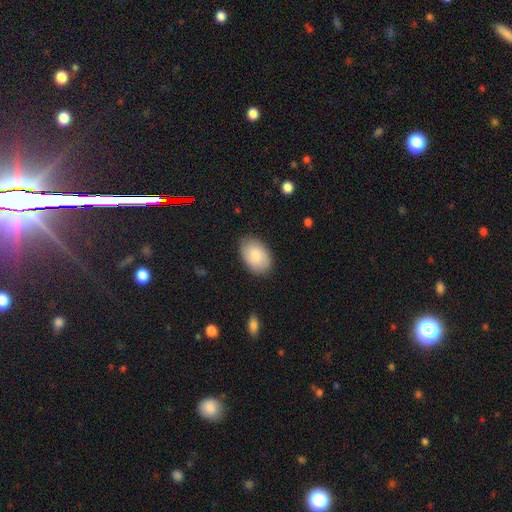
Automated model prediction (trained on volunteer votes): Smooth or featured: smooth — 78% (featured or disk — 16%)
How rounded: in between — 88% (round — 11%)
Merging: none — 82% (minor disturbance — 14%)